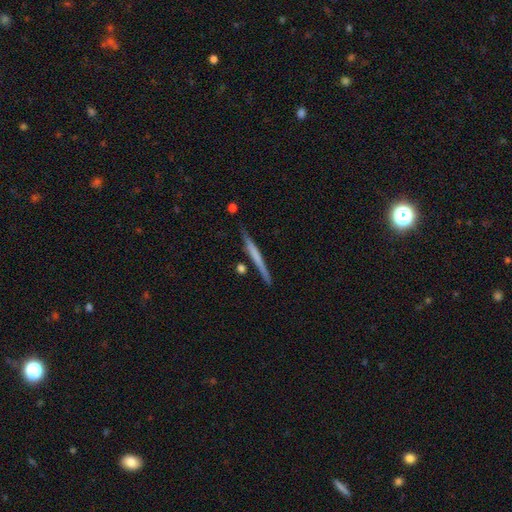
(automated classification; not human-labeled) smooth-or-featured: smooth: 50% | featured or disk: 45% | star or artifact: 5%
  merging: none: 85% | minor disturbance: 10% | merger: 3% | major disturbance: 2%